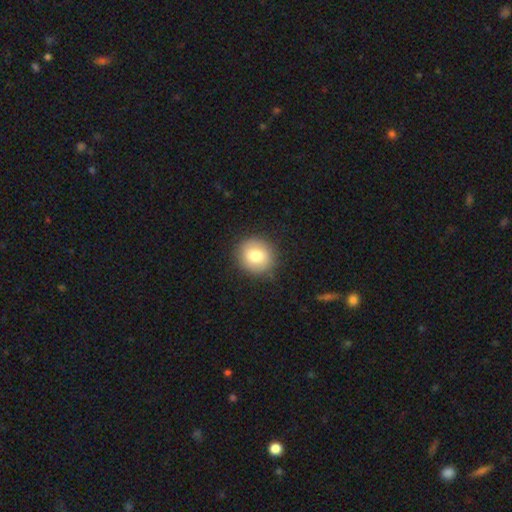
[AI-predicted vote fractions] The model was most divided on "smooth or featured": smooth: 78%, featured or disk: 14%, star or artifact: 8%. More confident: merging — none (87%); how rounded — round (85%).